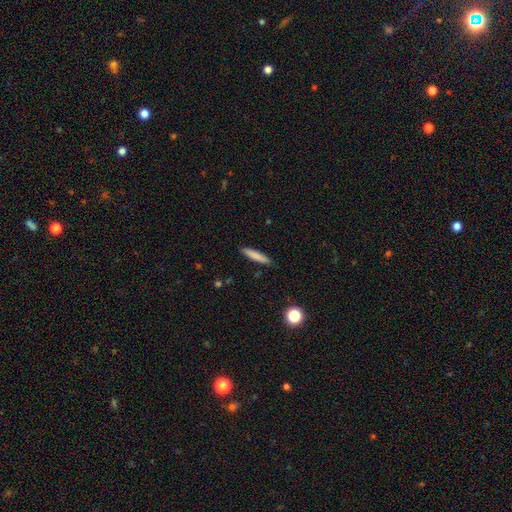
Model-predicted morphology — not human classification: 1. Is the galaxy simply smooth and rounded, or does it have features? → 81% smooth, 12% featured or disk, 7% star or artifact.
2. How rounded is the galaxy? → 88% cigar-shaped, 10% in between, 1% round.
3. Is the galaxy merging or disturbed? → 89% none, 8% minor disturbance, 2% major disturbance, 1% merger.